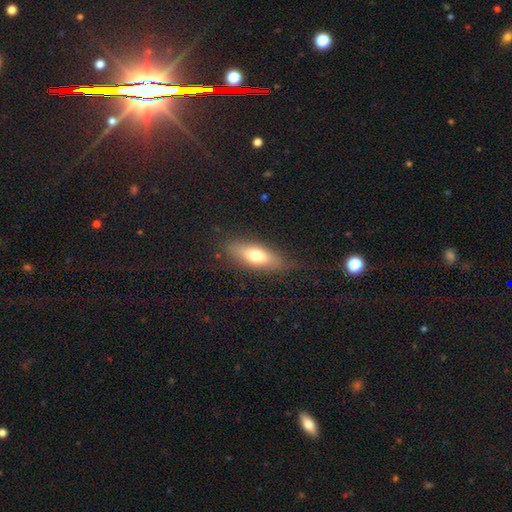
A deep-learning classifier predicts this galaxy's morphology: This is likely a smooth galaxy (69%). How rounded: likely in between (69%). Merging: likely none (79%).